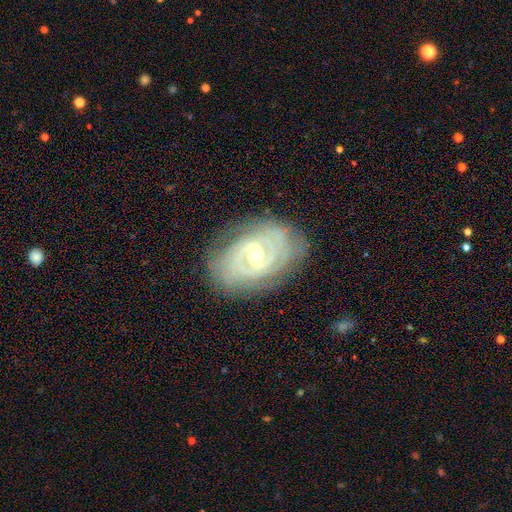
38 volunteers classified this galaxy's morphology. This is clearly a featured or disk galaxy (95%). It is clearly not viewed edge-on (100%). Bar: possibly weak (58%). Spiral arm pattern: clearly yes (97%). Spiral arm count: marginally 2 (26%, tied with can't tell). Spiral winding: clearly tight (86%). Central bulge: likely moderate (67%). Merging: clearly none (81%).